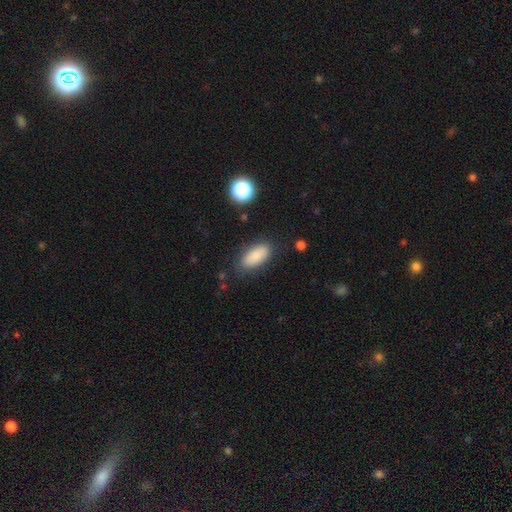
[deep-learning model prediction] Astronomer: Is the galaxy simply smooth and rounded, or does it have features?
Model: smooth — 85%.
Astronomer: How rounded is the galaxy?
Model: in between — 87%.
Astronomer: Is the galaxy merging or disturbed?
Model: none — 83%.